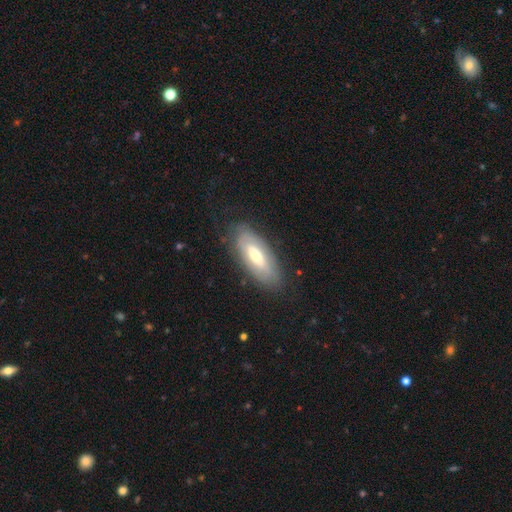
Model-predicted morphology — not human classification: This is possibly a featured or disk galaxy (52%). It is likely not viewed edge-on (76%). Merging: likely none (79%).